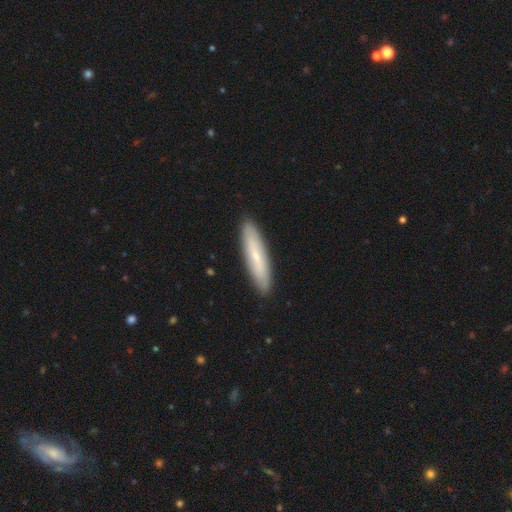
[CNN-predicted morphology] Smooth or featured? smooth (59%)
How rounded? cigar-shaped (83%)
Merging? none (90%)